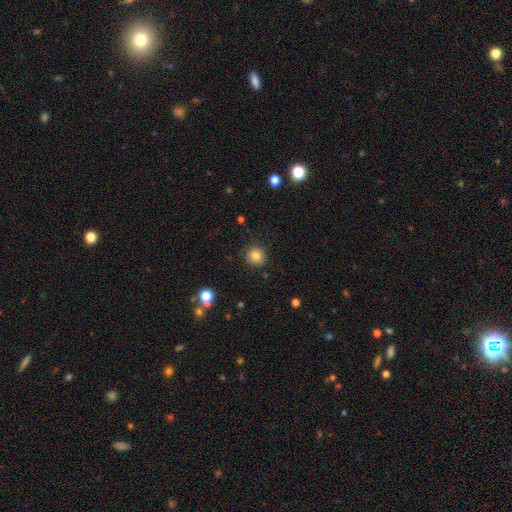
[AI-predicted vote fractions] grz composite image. It shows a smooth galaxy with no disk features (82%) that is round (89%). Merging: none (87%).